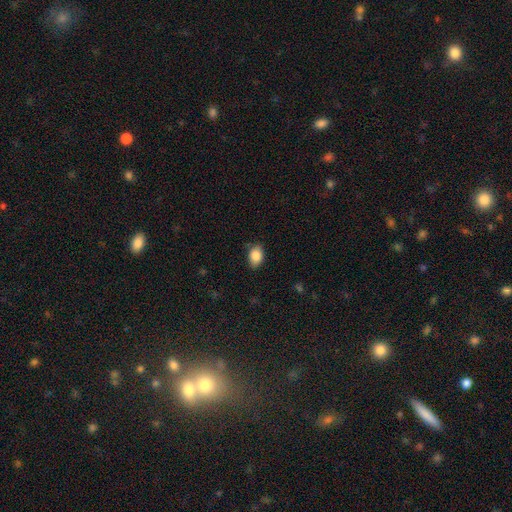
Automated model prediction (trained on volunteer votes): Smooth or featured? smooth (87%)
How rounded? in between (85%)
Merging? none (81%)